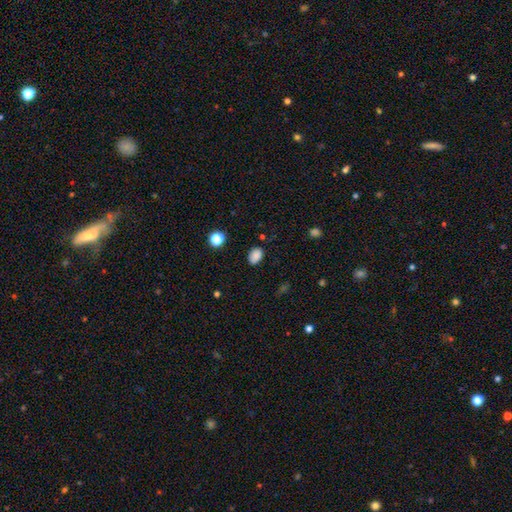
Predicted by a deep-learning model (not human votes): A smooth galaxy with no disk features (85%) that is in between round and cigar-shaped (82%).

Vote fractions:
- Smooth or featured? smooth: 85% / star or artifact: 11% / featured or disk: 4%
- How rounded? in between: 82% / round: 17% / cigar-shaped: 1%
- Merging? none: 80% / minor disturbance: 15% / major disturbance: 3% / merger: 2%